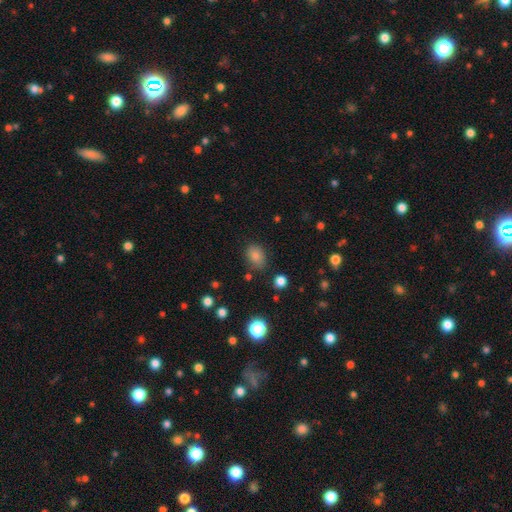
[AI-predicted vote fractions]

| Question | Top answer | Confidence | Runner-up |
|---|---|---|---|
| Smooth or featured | smooth | 81% | star or artifact (12%) |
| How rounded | in between | 72% | round (27%) |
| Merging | none | 79% | minor disturbance (15%) |